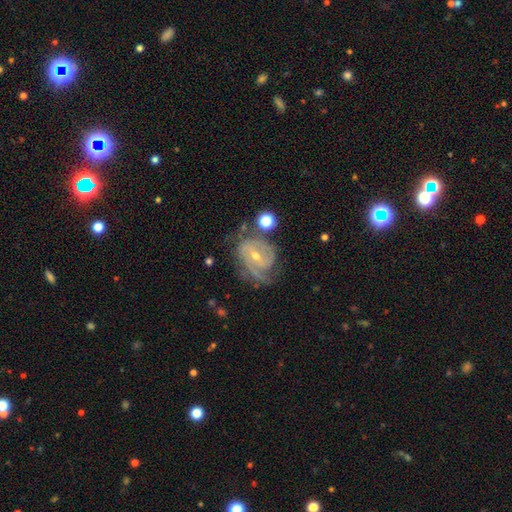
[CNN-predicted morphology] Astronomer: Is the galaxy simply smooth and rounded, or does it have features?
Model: featured or disk — 86%.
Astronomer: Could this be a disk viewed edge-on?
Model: no — 97%.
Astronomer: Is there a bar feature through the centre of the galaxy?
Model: weak — 45% (runner-up: no, 34%).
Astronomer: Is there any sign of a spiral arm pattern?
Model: yes — 96%.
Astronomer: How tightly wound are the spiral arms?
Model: tight — 56% (runner-up: medium, 36%).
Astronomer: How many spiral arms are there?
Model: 2 — 39% (runner-up: 3, 25%).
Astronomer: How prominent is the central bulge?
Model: small — 61% (runner-up: moderate, 36%).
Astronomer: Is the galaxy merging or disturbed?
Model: none — 64%.